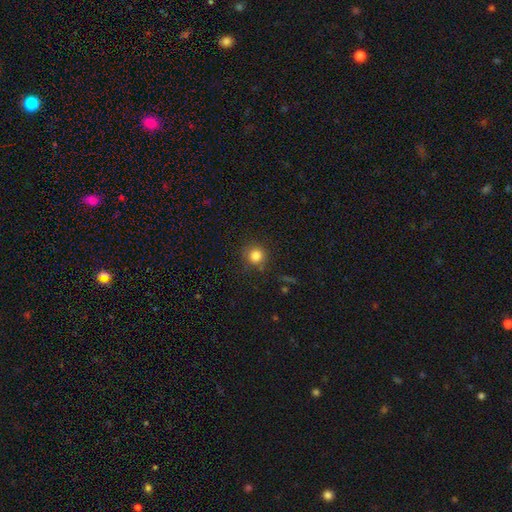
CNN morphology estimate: Q: Smooth or featured?
A: smooth (83%); runner-up: star or artifact (12%)
Q: How rounded?
A: round (92%); runner-up: in between (7%)
Q: Merging?
A: none (84%); runner-up: minor disturbance (11%)